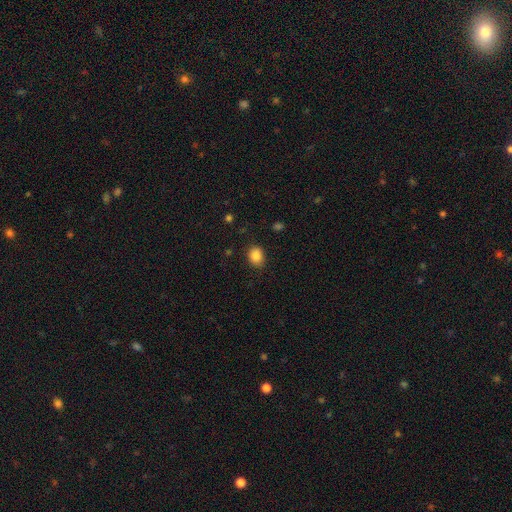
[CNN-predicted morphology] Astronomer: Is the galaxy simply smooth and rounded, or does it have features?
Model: smooth — 86%.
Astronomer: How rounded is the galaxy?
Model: in between — 52% (runner-up: round, 47%).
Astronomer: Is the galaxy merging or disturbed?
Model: none — 82%.